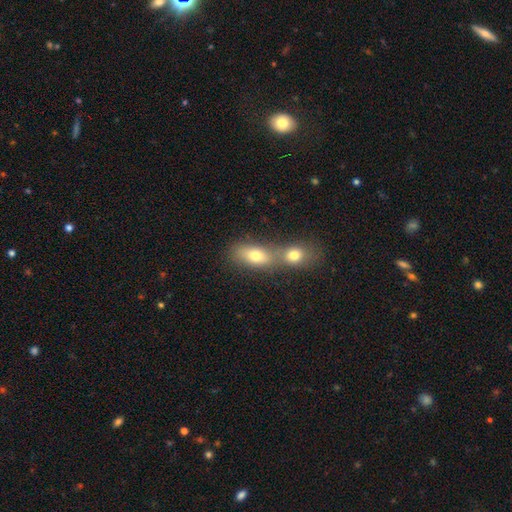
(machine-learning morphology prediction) Smooth or featured? Predicted: smooth (p=0.75). How rounded? Predicted: in between (p=0.74). Merging? Predicted: merger (p=0.60).